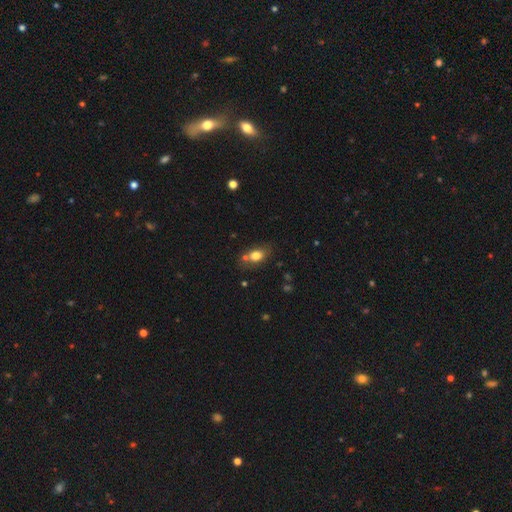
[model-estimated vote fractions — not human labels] Smooth or featured?
  - smooth: 78% *
  - featured or disk: 12%
  - star or artifact: 11%
How rounded?
  - in between: 73% *
  - round: 25%
  - cigar-shaped: 3%
Merging?
  - none: 62% *
  - minor disturbance: 17%
  - merger: 16%
  - major disturbance: 5%